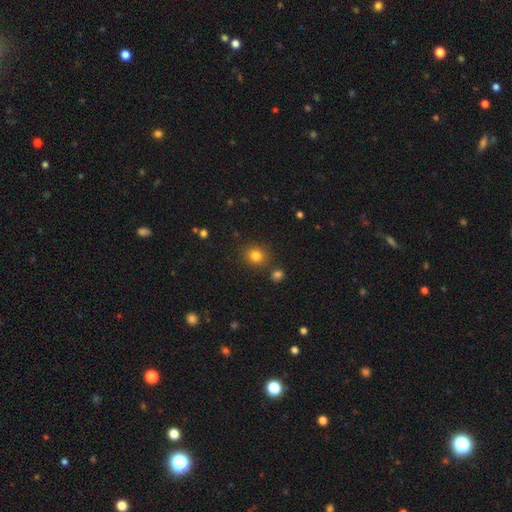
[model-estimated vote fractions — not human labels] smooth 81%, star or artifact 13%, featured or disk 6%. Down the decision tree: how rounded — round (81%); merging — none (83%).